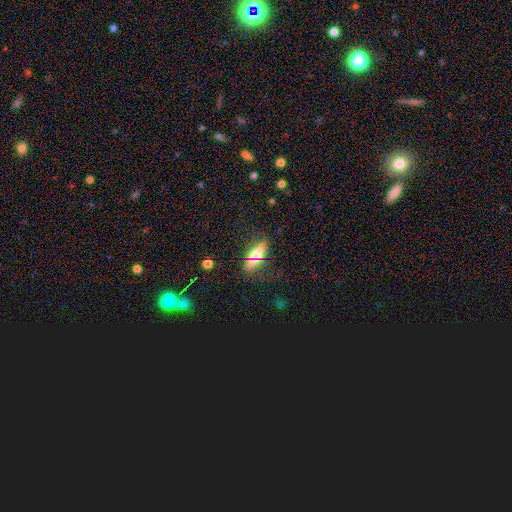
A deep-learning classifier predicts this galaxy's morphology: The model was most divided on "smooth or featured": smooth: 57%, featured or disk: 25%, star or artifact: 18%. More confident: merging — none (78%); how rounded — in between (71%).